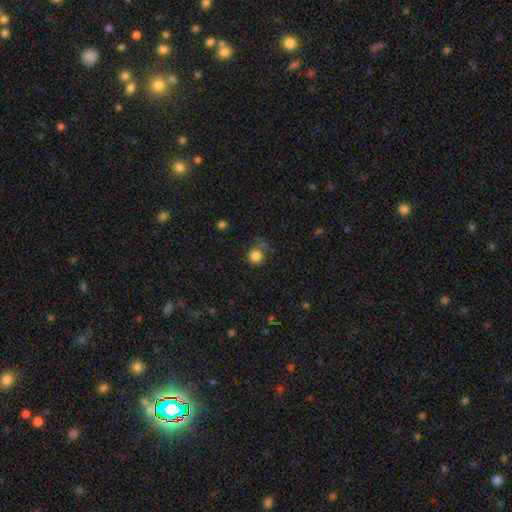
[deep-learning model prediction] A smooth galaxy with no disk features (83%) that is round (88%).

Vote fractions:
- Smooth or featured? smooth: 83% / star or artifact: 11% / featured or disk: 6%
- How rounded? round: 88% / in between: 11% / cigar-shaped: 1%
- Merging? none: 59% / minor disturbance: 22% / major disturbance: 12% / merger: 6%